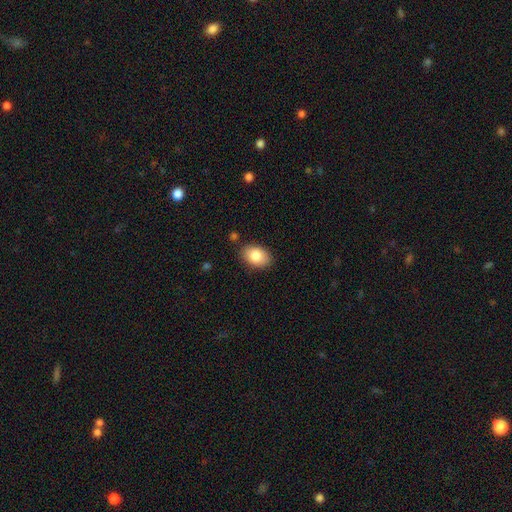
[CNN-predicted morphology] This is clearly a smooth galaxy (84%). How rounded: clearly in between (85%). Merging: clearly none (84%).